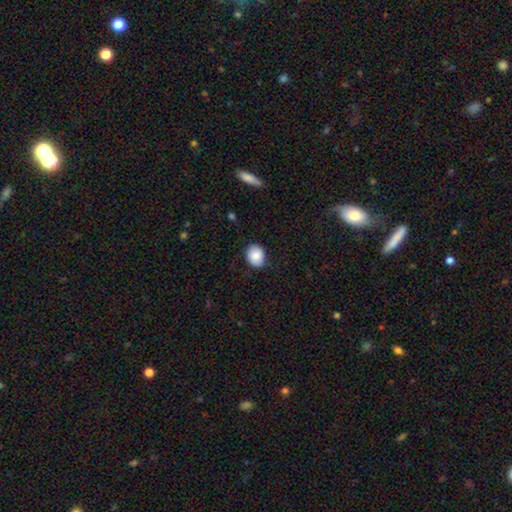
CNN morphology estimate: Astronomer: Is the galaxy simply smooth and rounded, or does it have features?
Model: smooth — 87%.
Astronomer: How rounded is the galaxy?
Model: round — 50% (runner-up: in between, 49%).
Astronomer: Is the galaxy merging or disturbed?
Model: none — 85%.